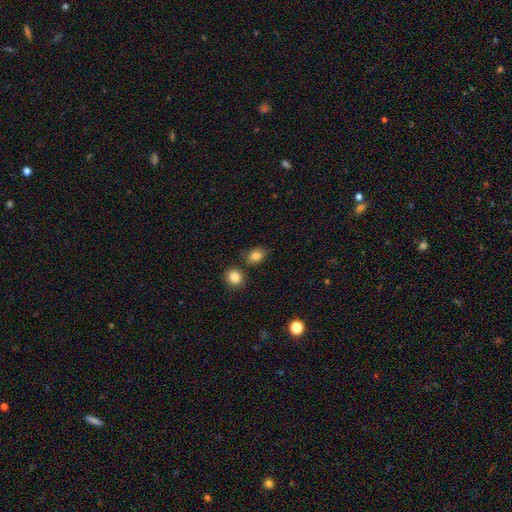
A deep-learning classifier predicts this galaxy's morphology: Smooth or featured? smooth (84%)
How rounded? in between (61%)
Merging? none (71%)